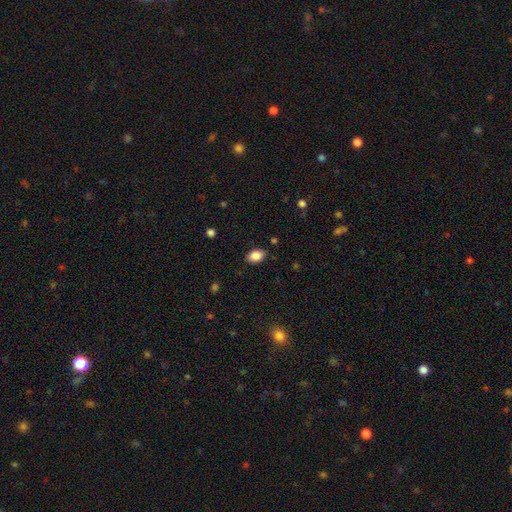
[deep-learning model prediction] Overall: smooth (86%). How rounded: in between (85%). Merging: none (85%).